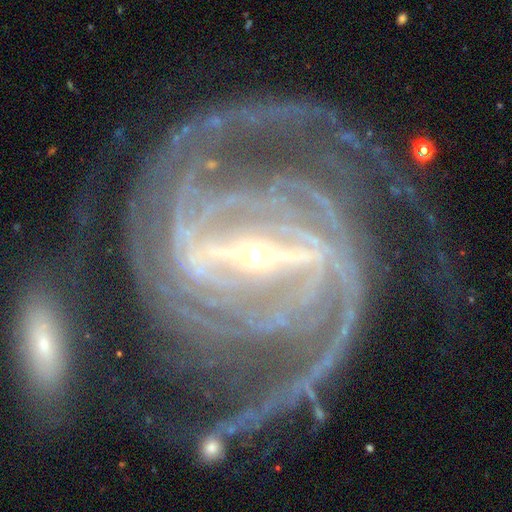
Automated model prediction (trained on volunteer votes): smooth_or_featured: featured or disk (p=0.94) [alt: star or artifact p=0.04]
disk_edge_on: no (p=0.97) [alt: yes p=0.03]
bar: strong (p=0.84) [alt: weak p=0.13]
has_spiral_arms: yes (p=0.99) [alt: no p=0.01]
spiral_winding: tight (p=0.50) [alt: medium p=0.42]
spiral_arm_count: 2 (p=0.37) [alt: 3 p=0.20]
bulge_size: small (p=0.80) [alt: moderate p=0.15]
merging: none (p=0.62) [alt: minor disturbance p=0.16]